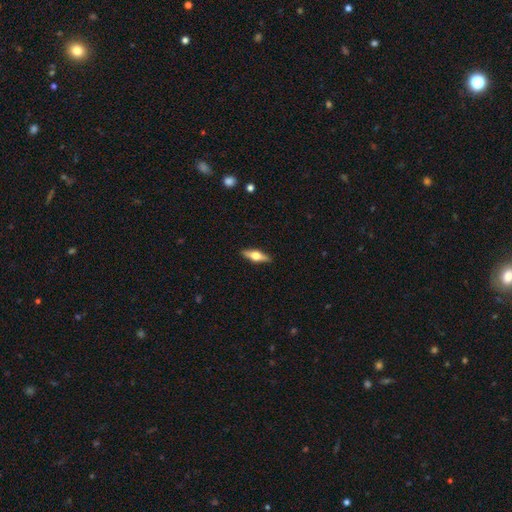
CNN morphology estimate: Smooth or featured: featured or disk — 58% (smooth — 36%)
Edge-on disk: yes — 95% (no — 5%)
Edge-on bulge: rounded — 95% (boxy — 4%)
Merging: none — 90% (minor disturbance — 7%)